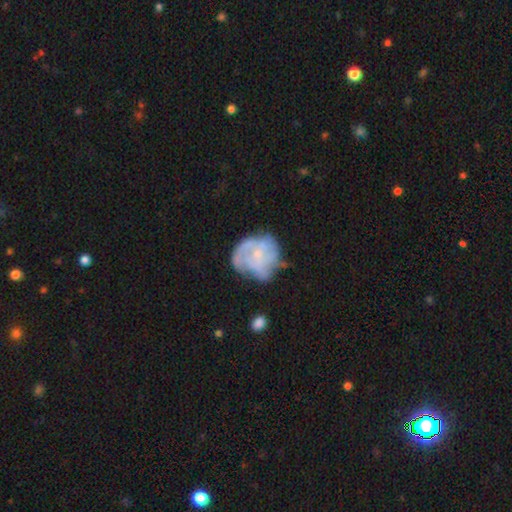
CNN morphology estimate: The model was most divided on "spiral arms": yes: 57%, no: 43%. Remaining: edge-on disk — no (98%); bar — no (81%); bulge size — small (69%); smooth or featured — featured or disk (64%); merging — none (43%).